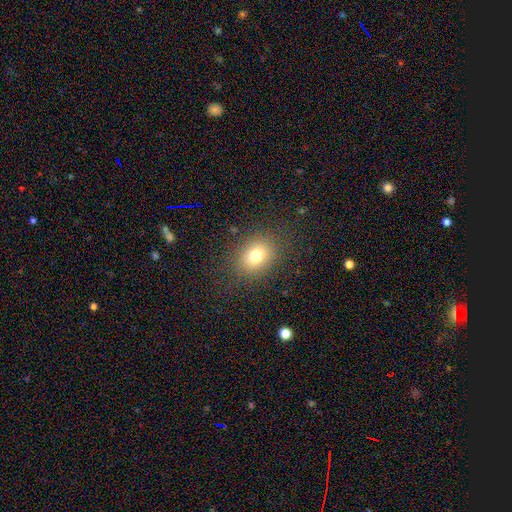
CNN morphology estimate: A smooth galaxy with no disk features (75%) that is in between round and cigar-shaped (50%). Merging: none (84%).